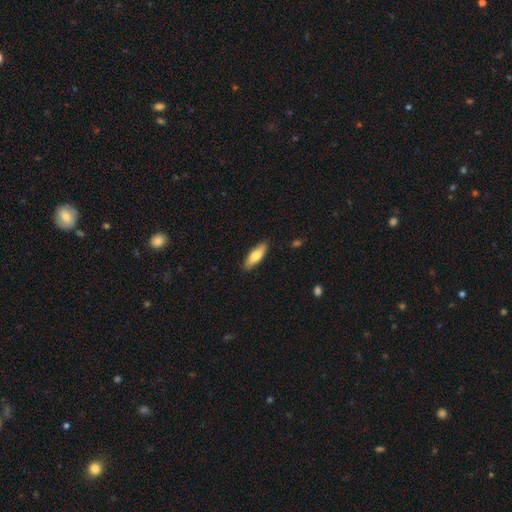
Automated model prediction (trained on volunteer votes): Overall: smooth (74%). How rounded: in between (55%; cigar-shaped 43%). Merging: none (88%).